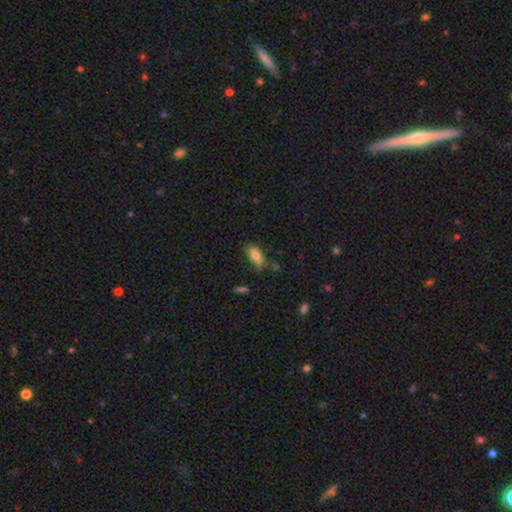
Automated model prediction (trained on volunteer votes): Morphology: type=smooth (77%); roundness=in between (87%); merging=none (65%).